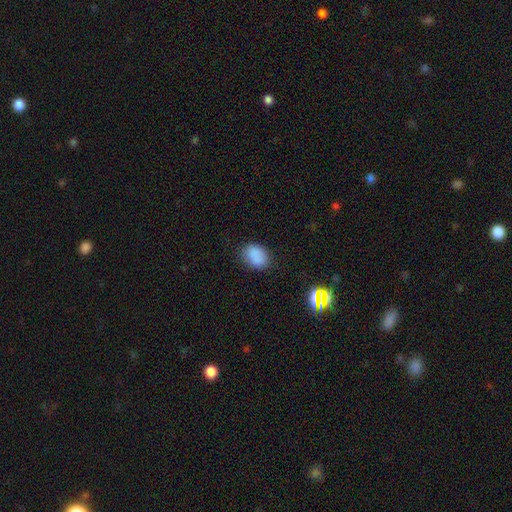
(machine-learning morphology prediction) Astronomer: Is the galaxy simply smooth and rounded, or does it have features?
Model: smooth — 86%.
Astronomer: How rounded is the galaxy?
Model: in between — 70%.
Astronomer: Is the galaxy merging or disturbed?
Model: none — 81%.